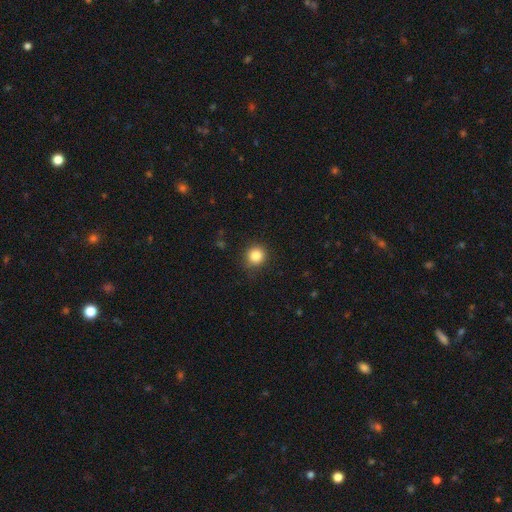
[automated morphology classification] smooth 85%, star or artifact 11%, featured or disk 4%. Down the decision tree: how rounded — round (91%); merging — none (87%).